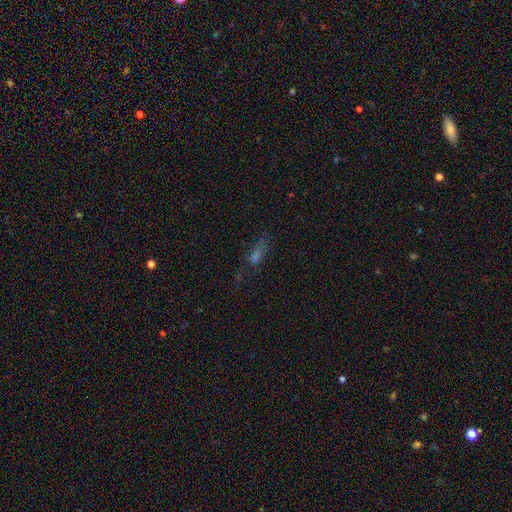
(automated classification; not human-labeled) Smooth or featured?
  - smooth: 43% *
  - star or artifact: 33%
  - featured or disk: 24%
Merging?
  - none: 59% *
  - minor disturbance: 20%
  - major disturbance: 15%
  - merger: 6%